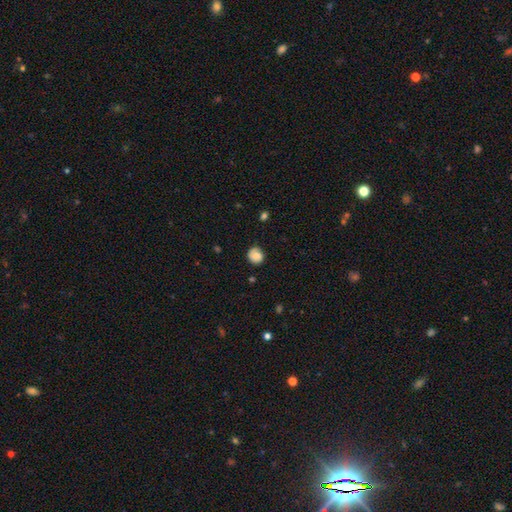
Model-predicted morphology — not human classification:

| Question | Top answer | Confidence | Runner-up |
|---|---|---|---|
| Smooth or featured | smooth | 80% | featured or disk (11%) |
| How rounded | round | 81% | in between (18%) |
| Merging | none | 75% | minor disturbance (19%) |